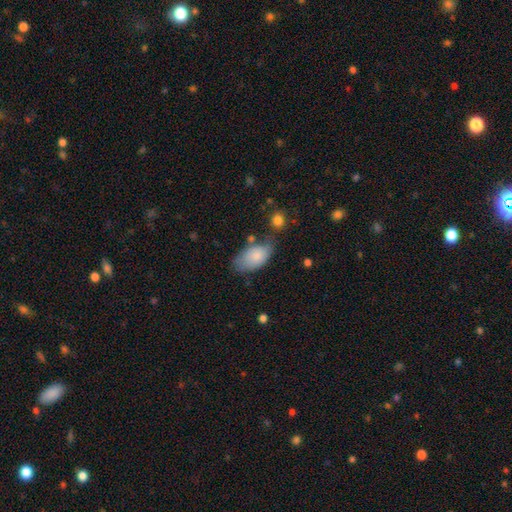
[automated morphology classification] Overall: smooth (81%). How rounded: in between (93%). Merging: none (47%; minor disturbance 32%).